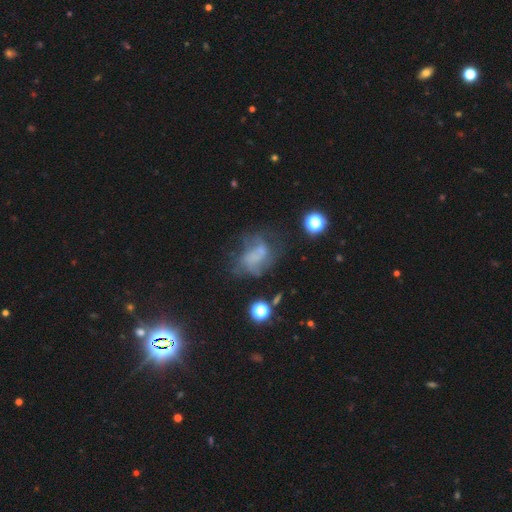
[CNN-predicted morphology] Smooth or featured?
  - featured or disk: 47% *
  - smooth: 33%
  - star or artifact: 20%
Merging?
  - none: 36% *
  - major disturbance: 32%
  - minor disturbance: 22%
  - merger: 10%